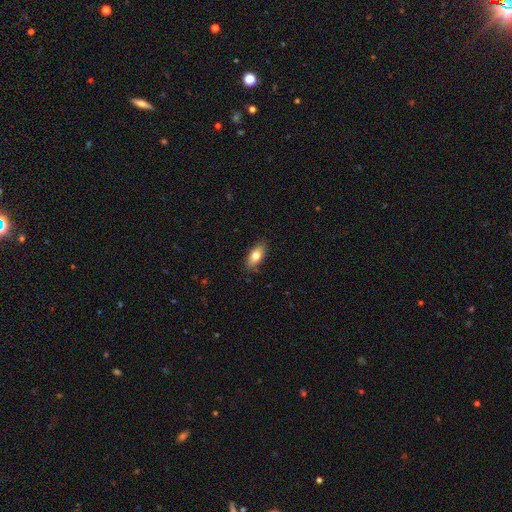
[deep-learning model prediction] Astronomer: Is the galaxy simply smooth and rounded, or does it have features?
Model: smooth — 77%.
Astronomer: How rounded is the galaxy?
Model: in between — 85%.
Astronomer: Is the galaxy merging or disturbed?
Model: none — 84%.